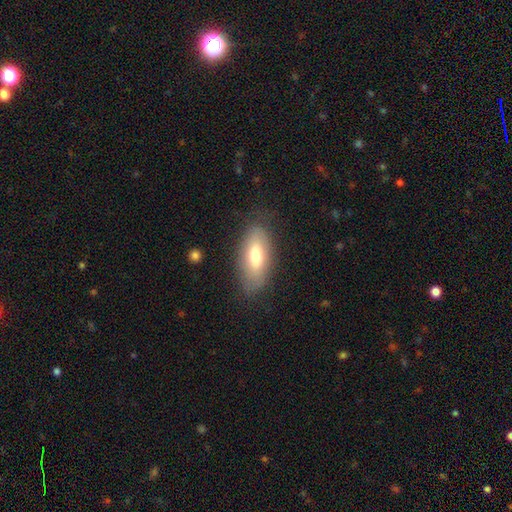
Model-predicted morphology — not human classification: smooth_or_featured: smooth (p=0.68) [alt: featured or disk p=0.25]
how_rounded: in between (p=0.84) [alt: cigar-shaped p=0.14]
merging: none (p=0.81) [alt: minor disturbance p=0.14]